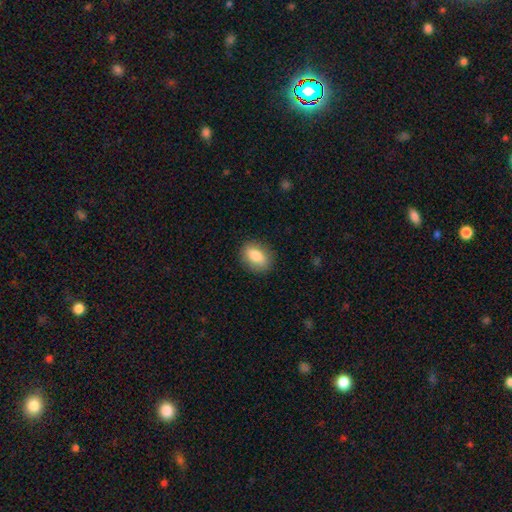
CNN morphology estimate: Smooth or featured?
  - smooth: 82% *
  - featured or disk: 10%
  - star or artifact: 7%
How rounded?
  - in between: 75% *
  - round: 23%
  - cigar-shaped: 2%
Merging?
  - none: 86% *
  - minor disturbance: 11%
  - major disturbance: 3%
  - merger: 1%